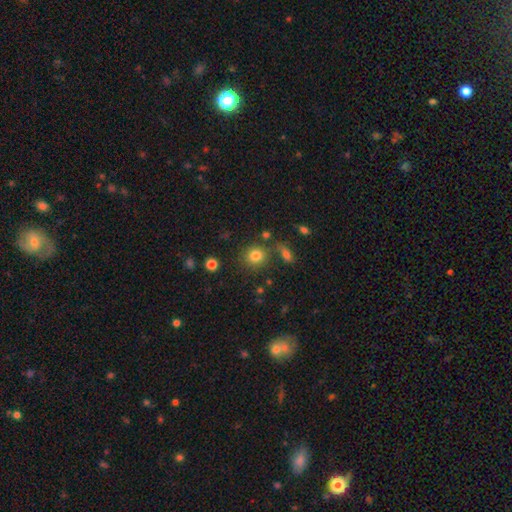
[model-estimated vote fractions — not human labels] smooth_or_featured: smooth (p=0.81) [alt: star or artifact p=0.12]
how_rounded: round (p=0.83) [alt: in between p=0.16]
merging: none (p=0.76) [alt: minor disturbance p=0.10]